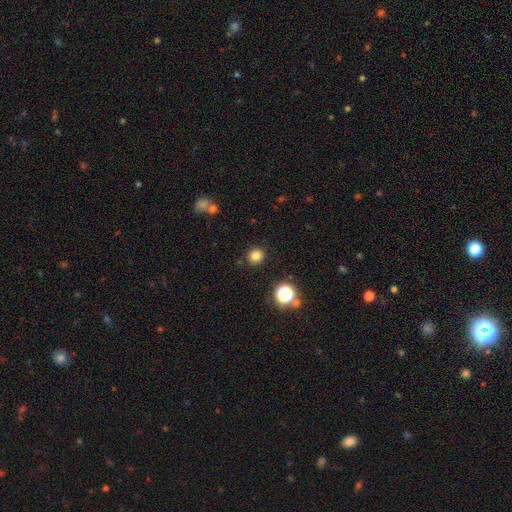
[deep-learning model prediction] smooth 81%, star or artifact 14%, featured or disk 4%. Down the decision tree: how rounded — round (92%); merging — none (90%).